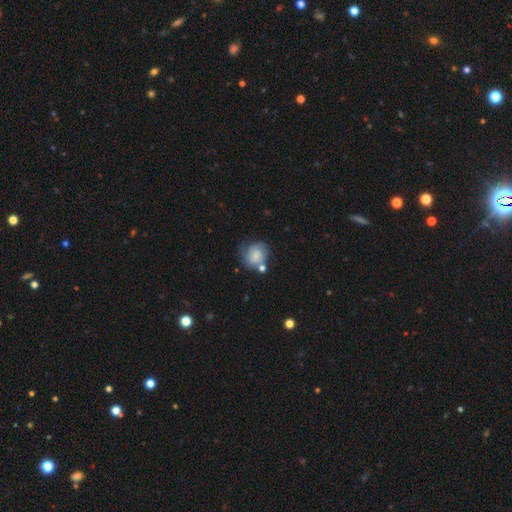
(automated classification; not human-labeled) Overall: smooth (57%; featured or disk 34%). How rounded: round (71%). Merging: none (51%; minor disturbance 25%).